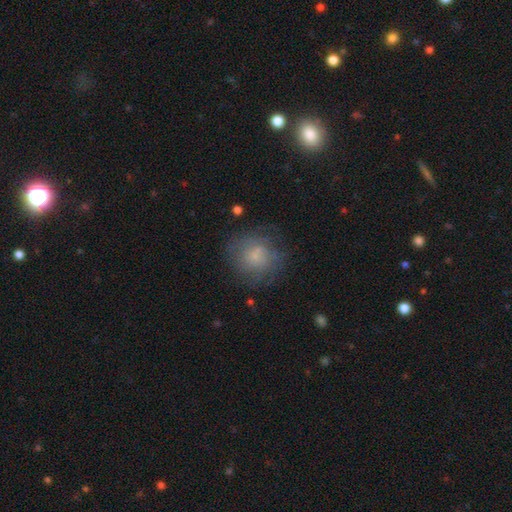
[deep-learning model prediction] smooth_or_featured: smooth (p=0.58) [alt: featured or disk p=0.30]
how_rounded: round (p=0.83) [alt: in between p=0.16]
merging: none (p=0.66) [alt: minor disturbance p=0.18]